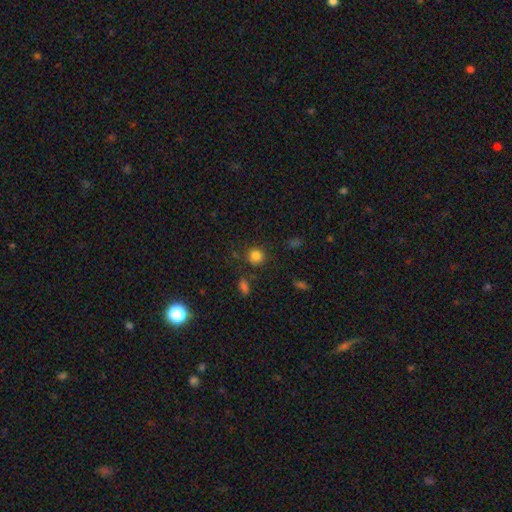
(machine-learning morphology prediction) type=smooth (82%); roundness=round (89%); merging=none (82%).